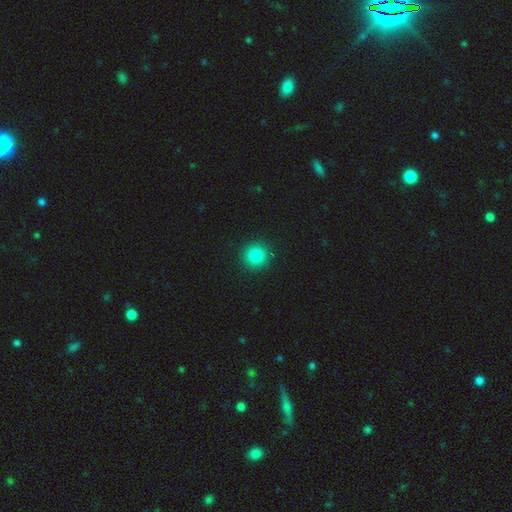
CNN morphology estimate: Smooth or featured? Predicted: smooth (p=0.84). How rounded? Predicted: round (p=0.95). Merging? Predicted: none (p=0.92).